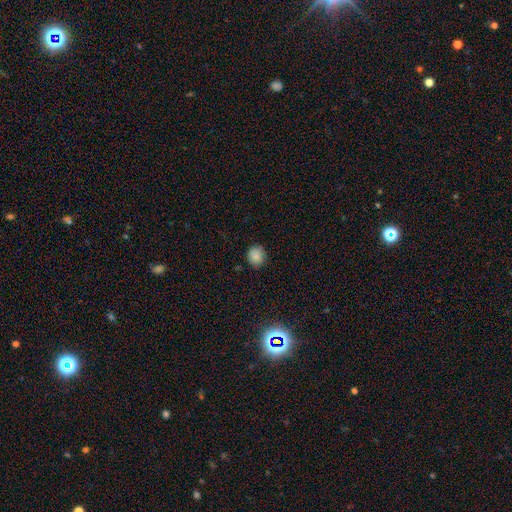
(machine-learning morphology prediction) Smooth or featured? Predicted: smooth (p=0.84). How rounded? Predicted: round (p=0.74). Merging? Predicted: none (p=0.82).